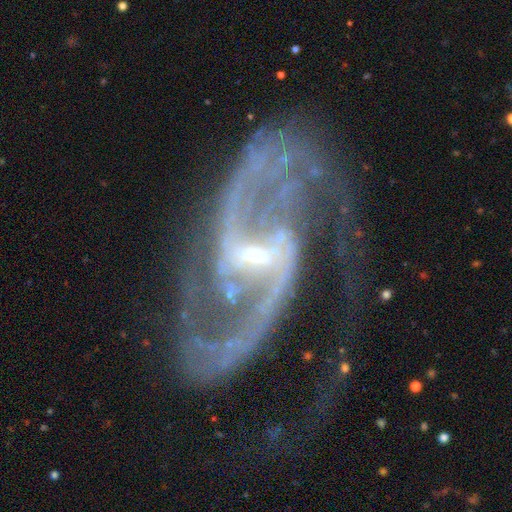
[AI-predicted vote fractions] The model was most divided on "bar" (2-way tie): weak: 42%, strong: 42%, no: 16%. Remaining: edge-on disk — no (97%); spiral arms — yes (95%); smooth or featured — featured or disk (91%); spiral arm count — 2 (80%); bulge size — small (60%); spiral winding — loose (53%); merging — none (44%).